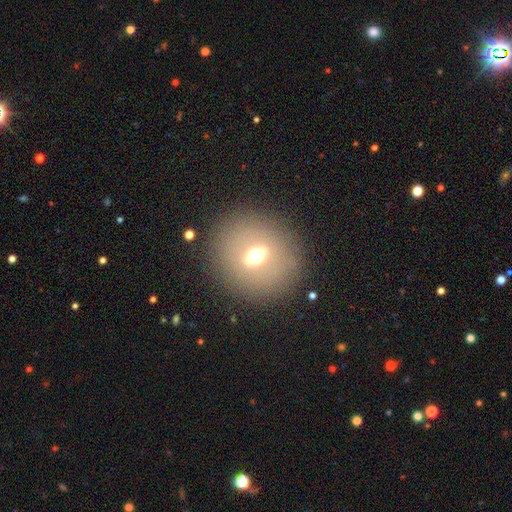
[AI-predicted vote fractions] smooth_or_featured: smooth (p=0.49) [alt: featured or disk p=0.35]
merging: none (p=0.86) [alt: minor disturbance p=0.08]